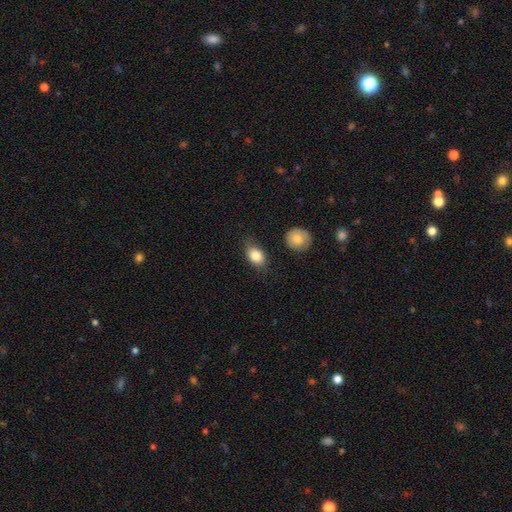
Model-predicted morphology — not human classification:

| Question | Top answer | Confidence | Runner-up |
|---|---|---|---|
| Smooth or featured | smooth | 83% | featured or disk (9%) |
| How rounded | in between | 75% | round (23%) |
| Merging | none | 72% | minor disturbance (20%) |